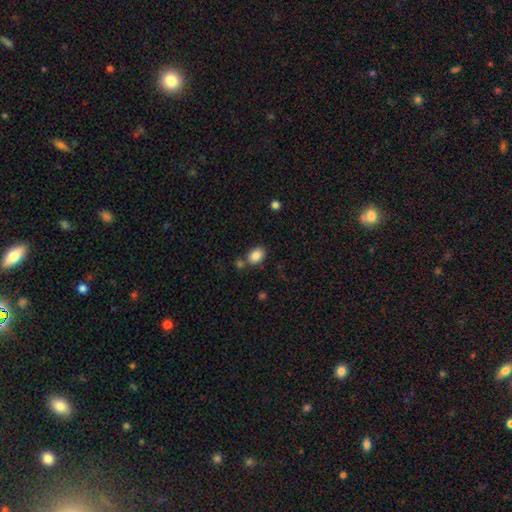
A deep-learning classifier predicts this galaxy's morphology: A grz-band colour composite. It shows a smooth galaxy with no disk features (86%) that is in between round and cigar-shaped (77%). Merging: none (70%).